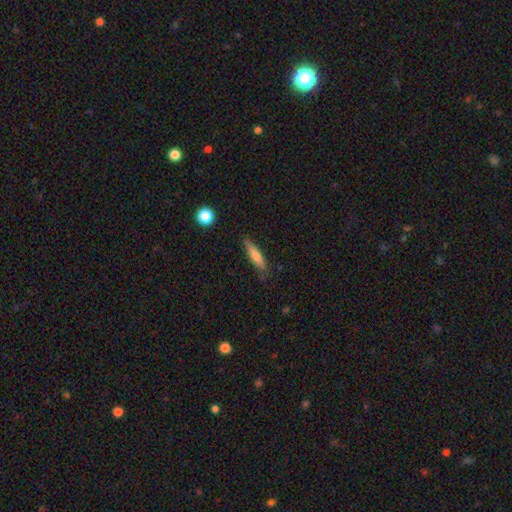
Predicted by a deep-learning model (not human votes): Smooth or featured? Predicted: smooth (p=0.66). How rounded? Predicted: cigar-shaped (p=0.80). Merging? Predicted: none (p=0.80).